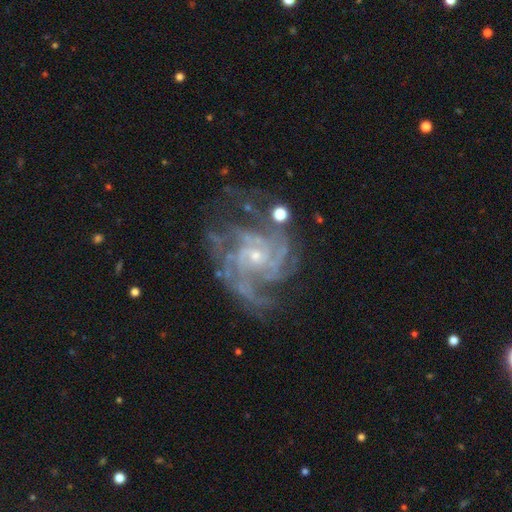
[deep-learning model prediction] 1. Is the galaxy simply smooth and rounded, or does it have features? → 90% featured or disk, 7% star or artifact, 3% smooth.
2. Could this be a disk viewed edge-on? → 98% no, 2% yes.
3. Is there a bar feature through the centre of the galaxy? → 67% no, 27% weak, 6% strong.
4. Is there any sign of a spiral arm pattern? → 98% yes, 2% no.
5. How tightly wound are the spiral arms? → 53% tight, 40% medium, 8% loose.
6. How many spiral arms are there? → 29% 4, 21% 3, 18% can't tell, 13% more than 4, 11% 2, 7% 1.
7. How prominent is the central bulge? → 74% small, 21% moderate, 3% none, 1% large, 1% dominant.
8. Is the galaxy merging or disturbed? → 63% none, 19% minor disturbance, 15% major disturbance, 3% merger.